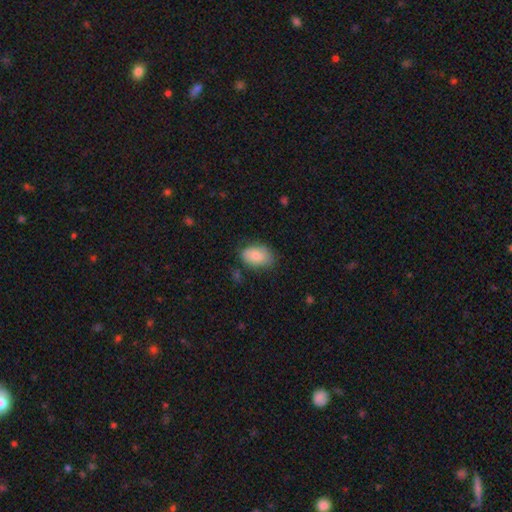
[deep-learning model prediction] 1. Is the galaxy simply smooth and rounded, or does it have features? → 82% smooth, 11% featured or disk, 7% star or artifact.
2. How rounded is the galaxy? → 88% in between, 11% round, 1% cigar-shaped.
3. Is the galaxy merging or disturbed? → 70% none, 23% minor disturbance, 5% major disturbance, 2% merger.